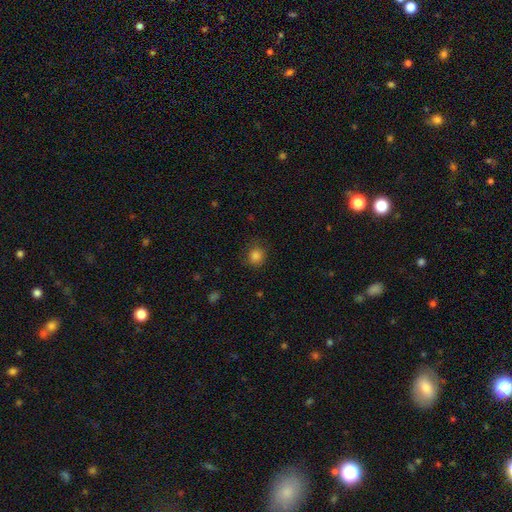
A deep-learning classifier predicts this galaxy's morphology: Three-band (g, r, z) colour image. It shows a smooth galaxy with no disk features (84%) that is round (85%). Merging: none (82%).